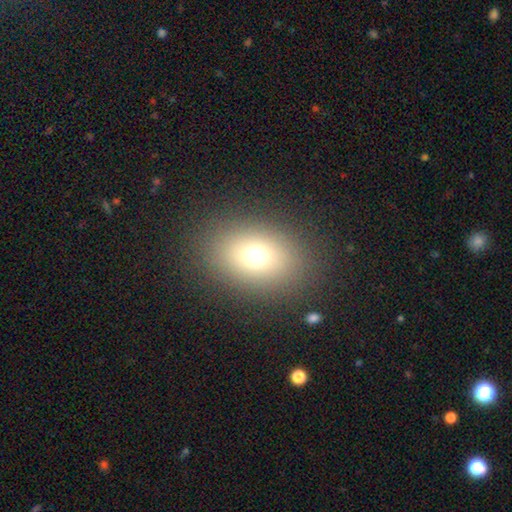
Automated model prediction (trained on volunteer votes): Smooth or featured?
  - smooth: 69% *
  - star or artifact: 17%
  - featured or disk: 14%
How rounded?
  - in between: 63% *
  - round: 36%
  - cigar-shaped: 1%
Merging?
  - none: 85% *
  - minor disturbance: 8%
  - major disturbance: 5%
  - merger: 1%